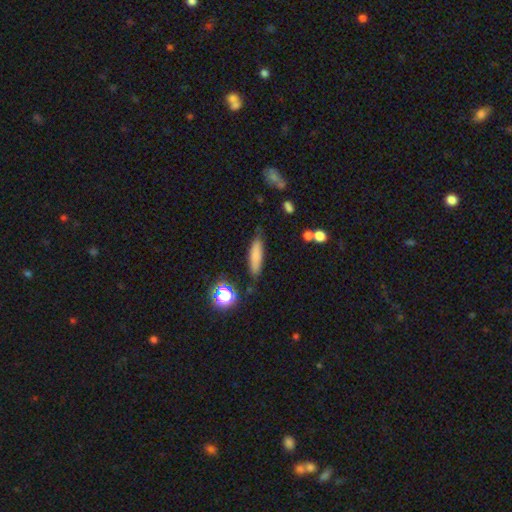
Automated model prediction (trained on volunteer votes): Smooth or featured: smooth — 77% (featured or disk — 13%)
How rounded: cigar-shaped — 72% (in between — 25%)
Merging: none — 81% (minor disturbance — 13%)